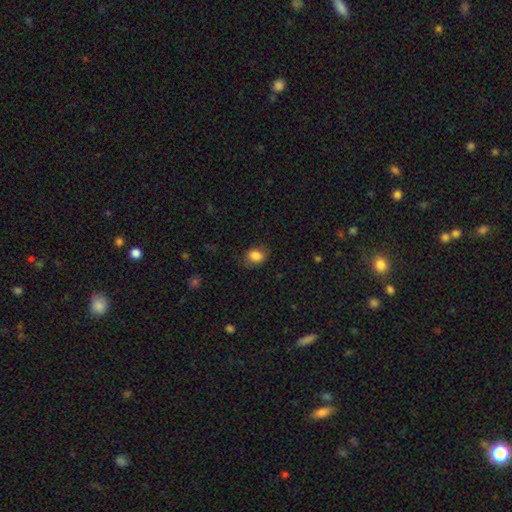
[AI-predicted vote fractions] The model was most divided on "how rounded": in between: 55%, round: 44%, cigar-shaped: 1%. More confident: smooth or featured — smooth (84%); merging — none (73%).